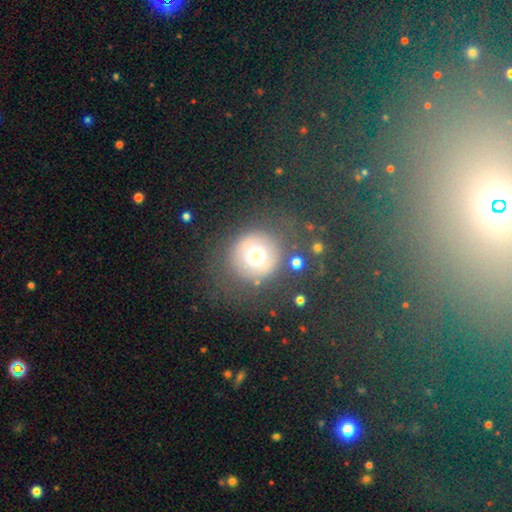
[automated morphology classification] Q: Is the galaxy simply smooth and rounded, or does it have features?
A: smooth — 67%.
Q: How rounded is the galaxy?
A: round — 92%.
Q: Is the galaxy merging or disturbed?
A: none — 75%.